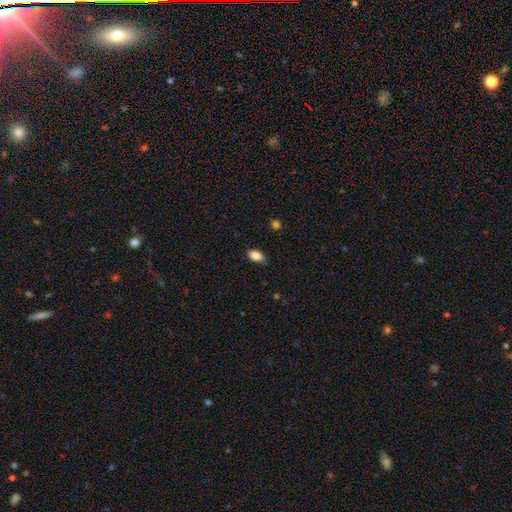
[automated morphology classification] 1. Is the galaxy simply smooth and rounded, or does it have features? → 85% smooth, 8% star or artifact, 7% featured or disk.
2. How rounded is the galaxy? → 89% in between, 6% round, 5% cigar-shaped.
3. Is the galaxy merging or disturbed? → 77% none, 19% minor disturbance, 3% major disturbance, 1% merger.